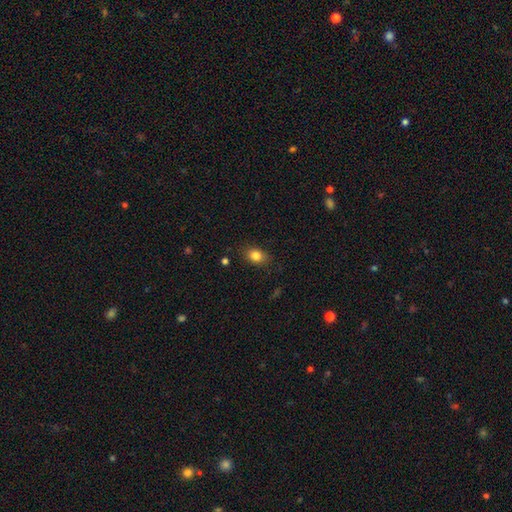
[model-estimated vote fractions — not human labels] Smooth or featured? Predicted: smooth (p=0.83). How rounded? Predicted: in between (p=0.67). Merging? Predicted: none (p=0.83).